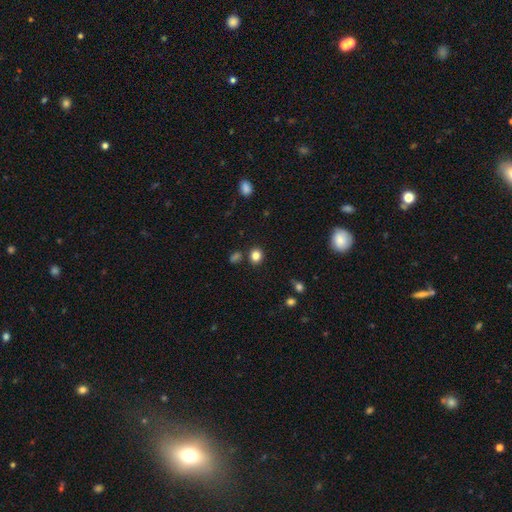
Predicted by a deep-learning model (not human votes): A smooth galaxy with no disk features (83%) that is round (74%). Merging: none (83%).